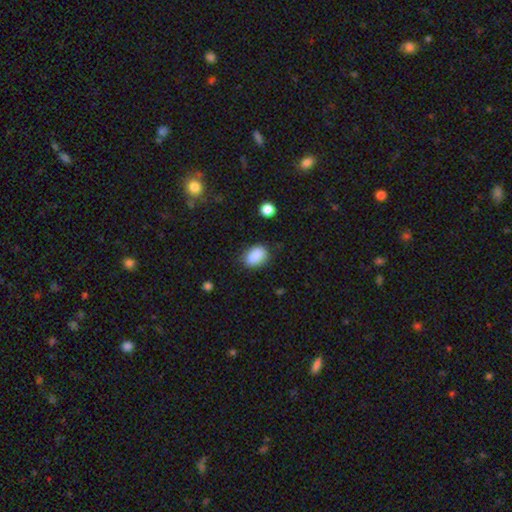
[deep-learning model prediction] Q: Smooth or featured?
A: smooth (88%); runner-up: star or artifact (8%)
Q: How rounded?
A: in between (84%); runner-up: round (15%)
Q: Merging?
A: none (79%); runner-up: minor disturbance (15%)